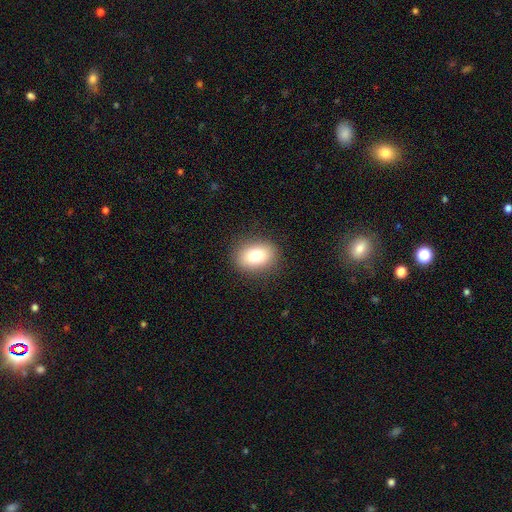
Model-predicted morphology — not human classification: This appears to be a smooth galaxy with no disk features (81%) that is in between round and cigar-shaped (69%). Merging: none (87%).